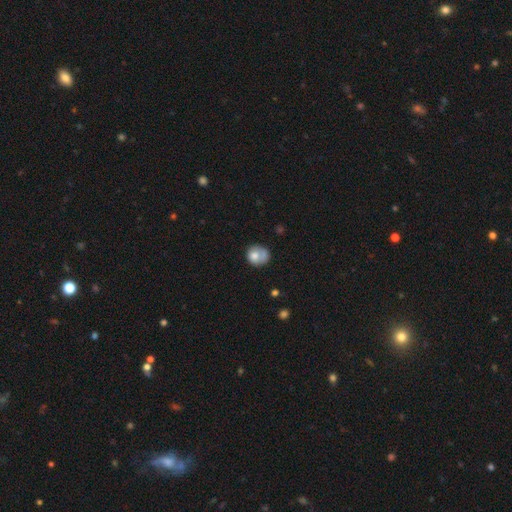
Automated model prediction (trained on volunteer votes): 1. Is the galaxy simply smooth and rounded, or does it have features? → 71% smooth, 20% featured or disk, 9% star or artifact.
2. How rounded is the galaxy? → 76% round, 23% in between, 1% cigar-shaped.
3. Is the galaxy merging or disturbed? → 49% none, 23% minor disturbance, 14% merger, 14% major disturbance.